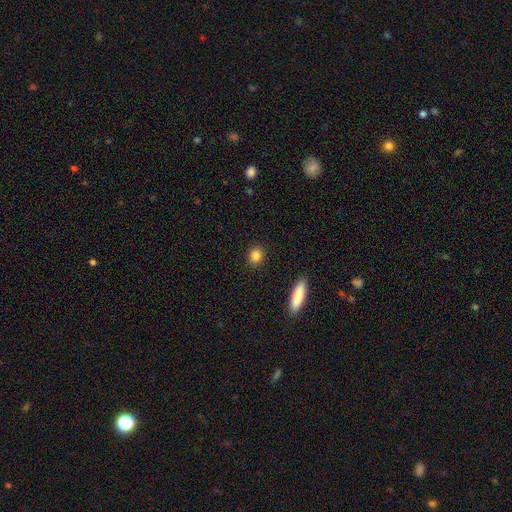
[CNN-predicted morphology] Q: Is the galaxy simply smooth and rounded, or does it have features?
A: smooth — 85%.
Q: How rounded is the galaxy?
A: round — 73%.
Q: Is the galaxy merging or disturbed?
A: none — 90%.